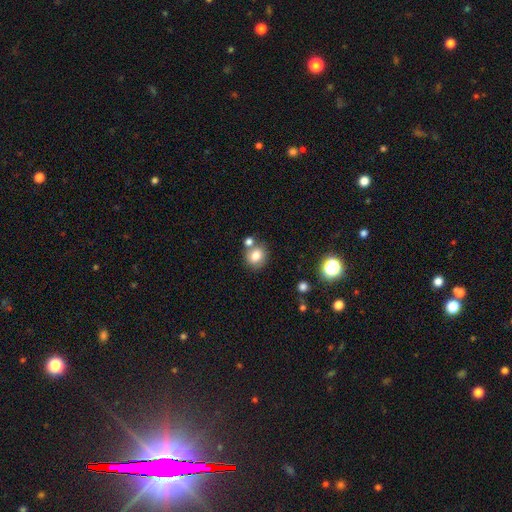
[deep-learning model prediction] Smooth or featured? Predicted: smooth (p=0.78). How rounded? Predicted: round (p=0.79). Merging? Predicted: none (p=0.66).